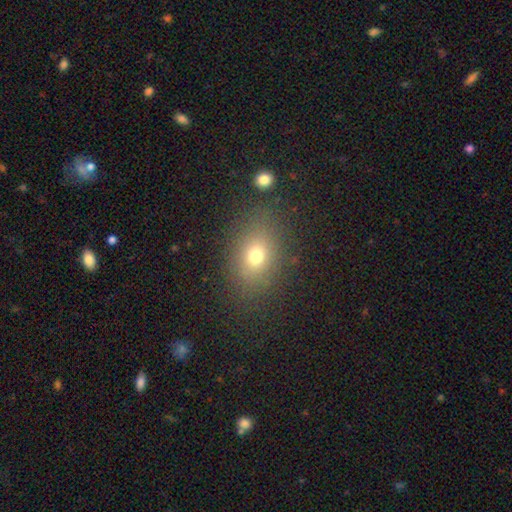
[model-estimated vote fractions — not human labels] Smooth or featured? Predicted: smooth (p=0.72). How rounded? Predicted: in between (p=0.68). Merging? Predicted: none (p=0.81).